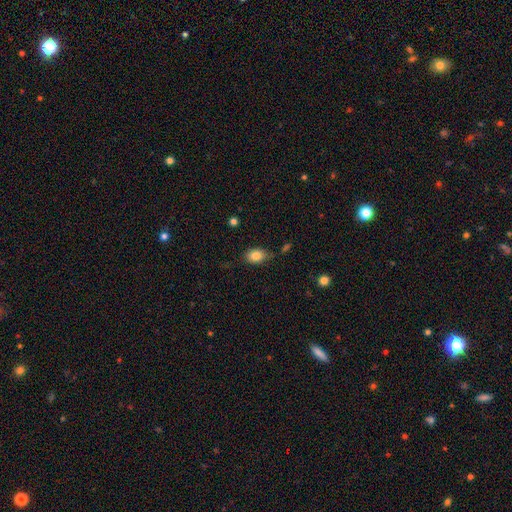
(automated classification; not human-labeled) The model was most divided on "merging": none: 72%, minor disturbance: 20%, major disturbance: 4%, merger: 3%. More confident: smooth or featured — smooth (84%); how rounded — in between (79%).